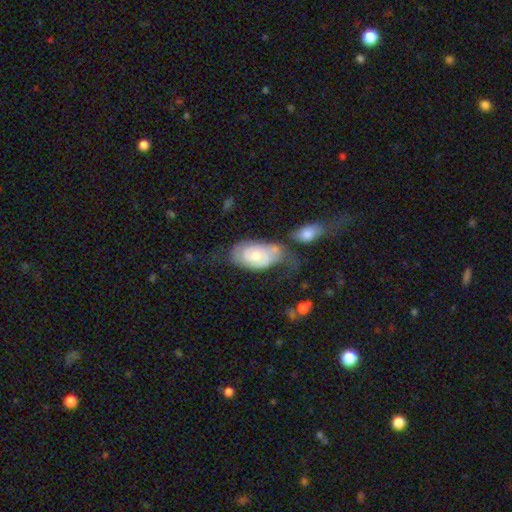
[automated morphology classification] This is possibly a featured or disk galaxy (49%). Merging: marginally none (30%).